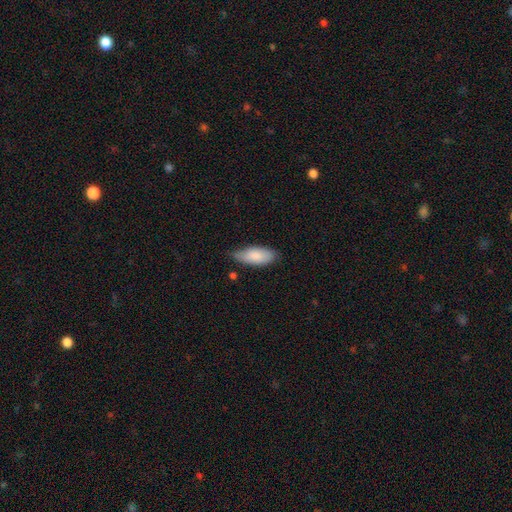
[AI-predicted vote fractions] Smooth or featured?
  - smooth: 84% *
  - featured or disk: 10%
  - star or artifact: 6%
How rounded?
  - in between: 82% *
  - cigar-shaped: 16%
  - round: 2%
Merging?
  - none: 67% *
  - minor disturbance: 27%
  - major disturbance: 4%
  - merger: 2%